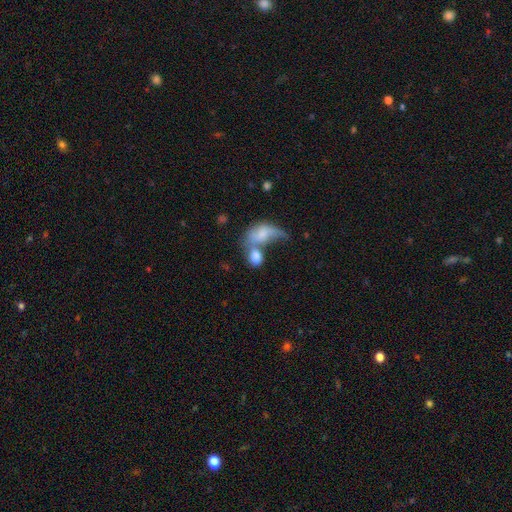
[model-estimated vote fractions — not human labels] A smooth galaxy with no disk features (73%) that is in between round and cigar-shaped (74%). Merging: merger (61%).